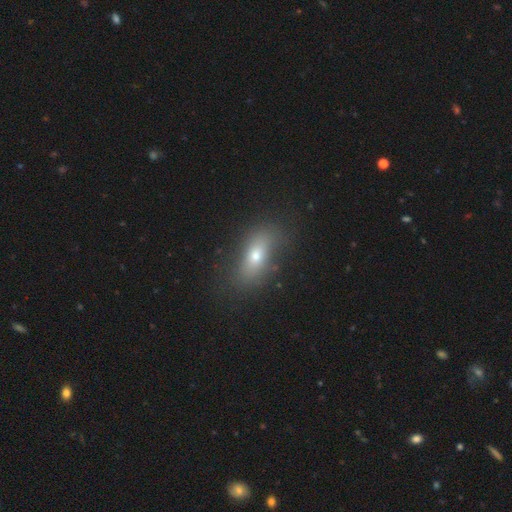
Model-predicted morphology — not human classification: Smooth or featured: smooth — 66% (featured or disk — 23%)
How rounded: in between — 77% (cigar-shaped — 15%)
Merging: none — 75% (minor disturbance — 16%)